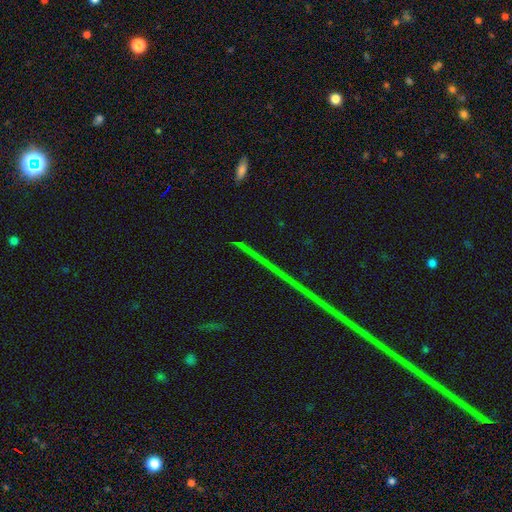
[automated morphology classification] Smooth or featured? Predicted: star or artifact (p=0.75).